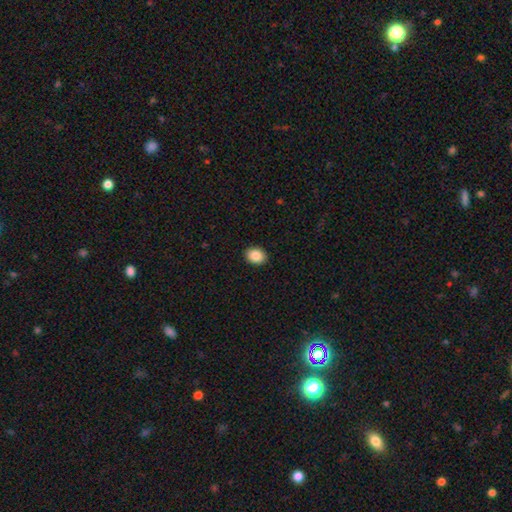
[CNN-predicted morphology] Smooth or featured: smooth — 88% (star or artifact — 8%)
How rounded: in between — 61% (round — 38%)
Merging: none — 91% (minor disturbance — 6%)